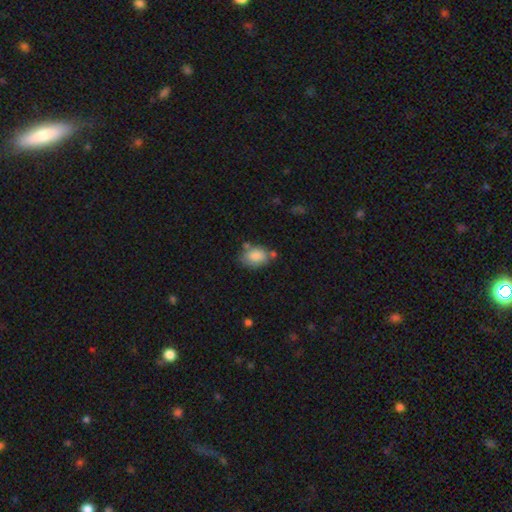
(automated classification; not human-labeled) Overall: smooth (84%). How rounded: in between (78%). Merging: none (56%; minor disturbance 23%).